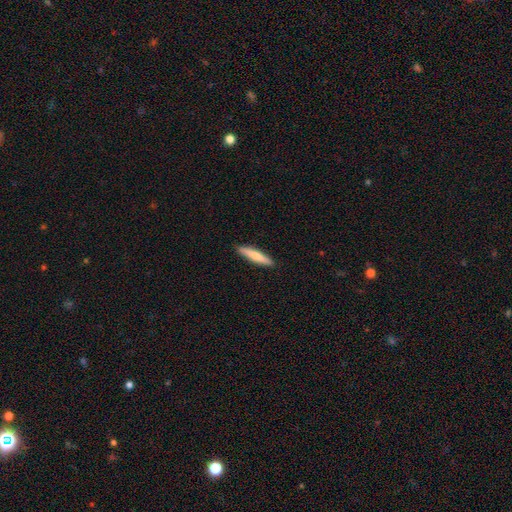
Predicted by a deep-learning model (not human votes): This appears to be a smooth galaxy with no disk features (72%) that is cigar-shaped (87%). Merging: none (91%).